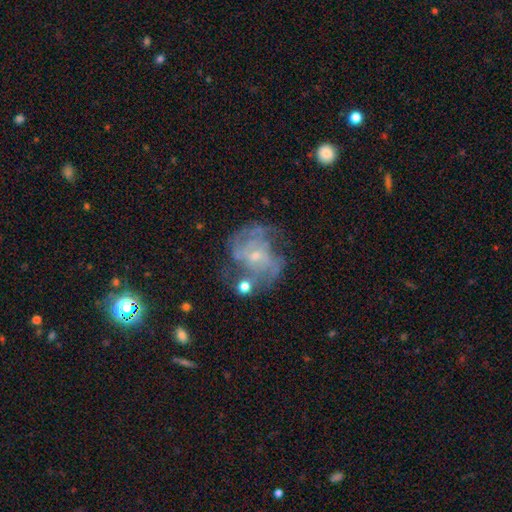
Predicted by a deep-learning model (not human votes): smooth_or_featured: featured or disk (p=0.78) [alt: smooth p=0.12]
disk_edge_on: no (p=0.98) [alt: yes p=0.02]
bar: no (p=0.58) [alt: weak p=0.35]
has_spiral_arms: yes (p=0.87) [alt: no p=0.13]
spiral_winding: medium (p=0.45) [alt: tight p=0.38]
spiral_arm_count: can't tell (p=0.35) [alt: 2 p=0.27]
bulge_size: small (p=0.68) [alt: moderate p=0.24]
merging: none (p=0.57) [alt: minor disturbance p=0.20]